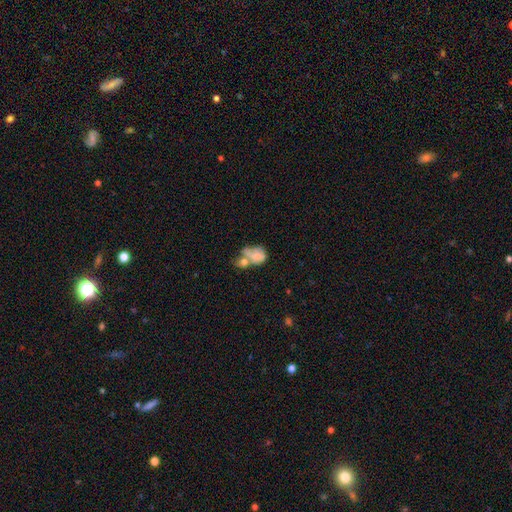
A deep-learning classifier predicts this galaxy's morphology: A smooth galaxy with no disk features (61%) that is in between round and cigar-shaped (71%).

Vote fractions:
- Smooth or featured? smooth: 61% / featured or disk: 29% / star or artifact: 10%
- How rounded? in between: 71% / round: 28% / cigar-shaped: 2%
- Merging? merger: 59% / none: 16% / major disturbance: 13% / minor disturbance: 11%